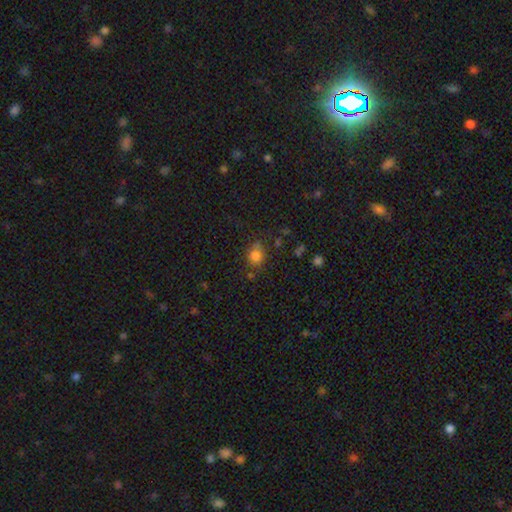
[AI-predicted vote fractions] Smooth or featured: smooth — 79% (star or artifact — 13%)
How rounded: round — 66% (in between — 33%)
Merging: none — 66% (minor disturbance — 20%)